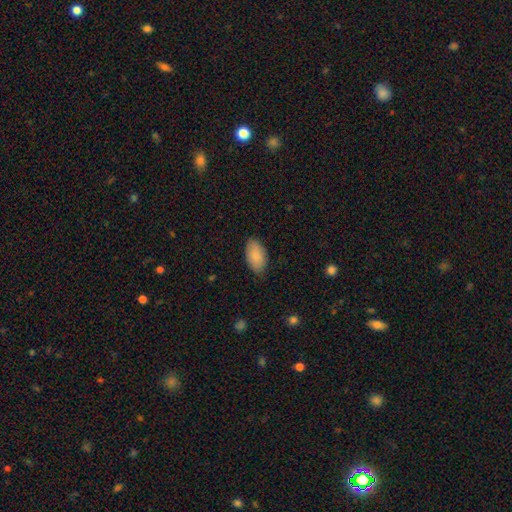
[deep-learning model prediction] Smooth or featured? smooth (87%)
How rounded? in between (95%)
Merging? none (83%)